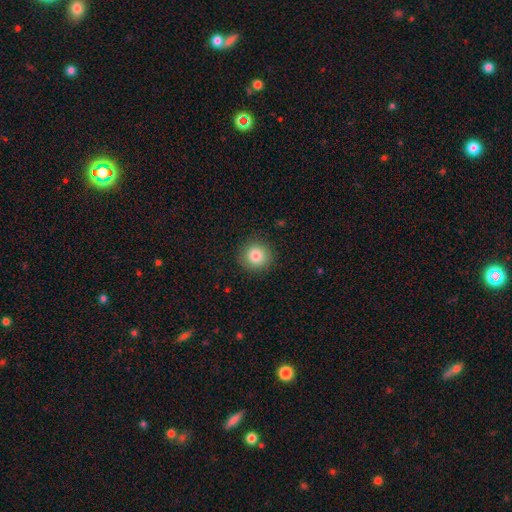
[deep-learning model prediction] Smooth or featured?
  - smooth: 83% *
  - star or artifact: 10%
  - featured or disk: 7%
How rounded?
  - round: 93% *
  - in between: 6%
  - cigar-shaped: 1%
Merging?
  - none: 90% *
  - minor disturbance: 7%
  - major disturbance: 2%
  - merger: 1%